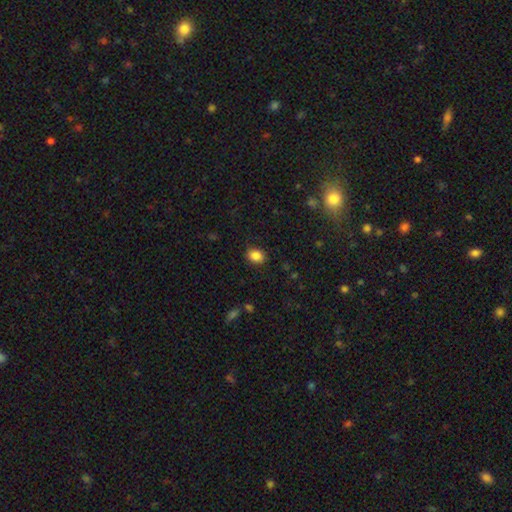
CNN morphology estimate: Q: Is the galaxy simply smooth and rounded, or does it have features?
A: smooth — 87%.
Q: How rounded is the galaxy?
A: in between — 58%.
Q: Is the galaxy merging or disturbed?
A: none — 85%.